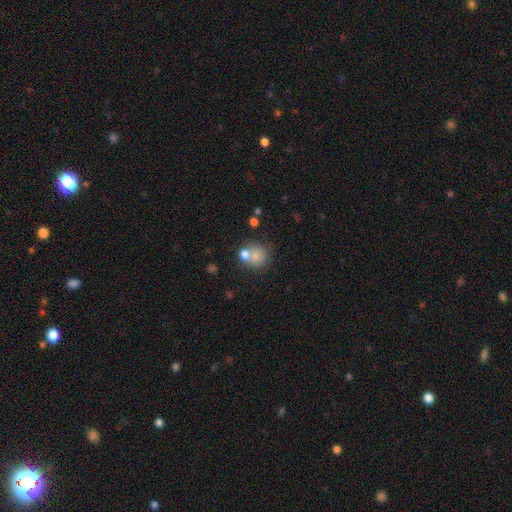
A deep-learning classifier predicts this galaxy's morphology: The model was most divided on "merging": none: 50%, merger: 34%, minor disturbance: 11%, major disturbance: 6%. More confident: how rounded — round (81%); smooth or featured — smooth (76%).